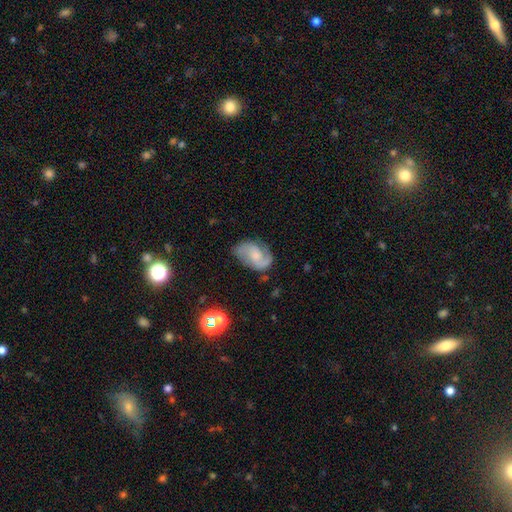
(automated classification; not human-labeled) This is likely a featured or disk galaxy (73%). It is clearly not viewed edge-on (97%). Bar: possibly no (56%). Spiral arm pattern: clearly yes (93%). Spiral arm count: clearly 2 (83%). Spiral winding: possibly medium (48%). Central bulge: marginally moderate (39%, tied with small). Merging: likely none (67%).